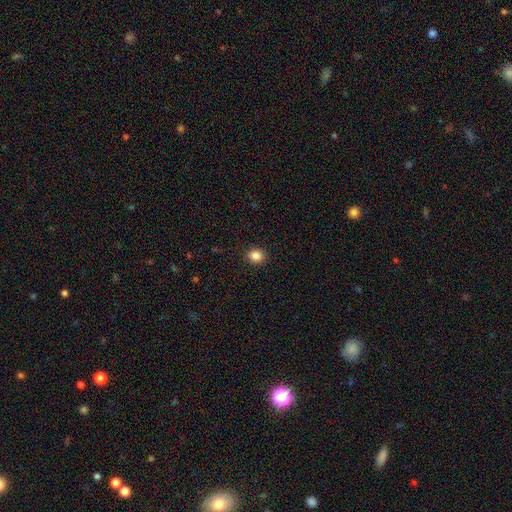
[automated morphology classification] smooth_or_featured: smooth (p=0.86) [alt: star or artifact p=0.11]
how_rounded: round (p=0.76) [alt: in between p=0.23]
merging: none (p=0.91) [alt: minor disturbance p=0.06]